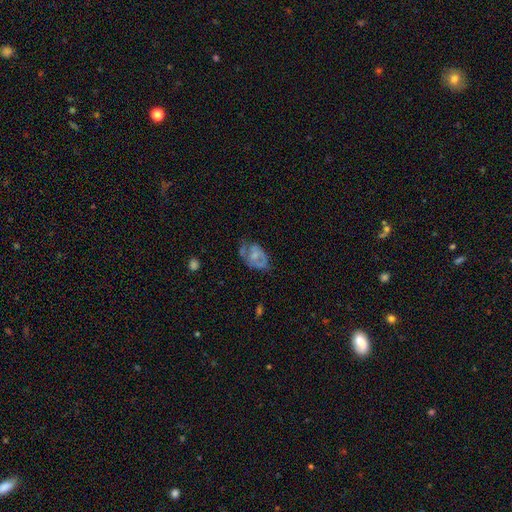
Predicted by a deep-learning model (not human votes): Morphology: type=featured or disk (55%); edge-on=no (96%); bar=no (78%); spiral arms=no (59%); bulge=moderate (39%); merging=none (39%).